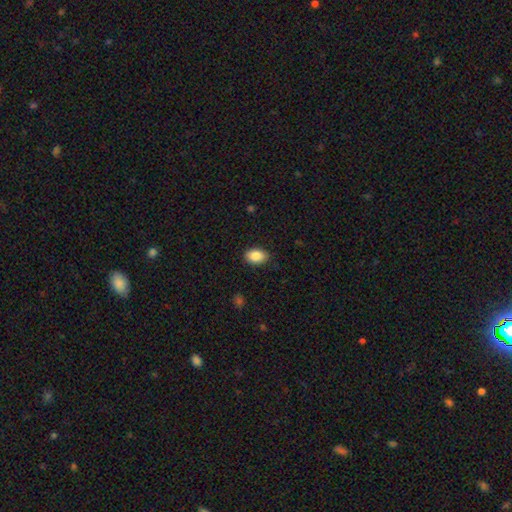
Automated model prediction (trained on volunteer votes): smooth_or_featured: smooth (p=0.87) [alt: star or artifact p=0.07]
how_rounded: in between (p=0.87) [alt: round p=0.12]
merging: none (p=0.88) [alt: minor disturbance p=0.09]